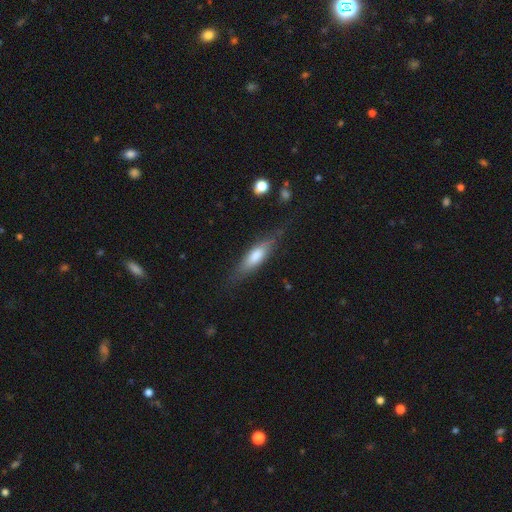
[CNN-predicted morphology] Smooth or featured? Predicted: smooth (p=0.55). How rounded? Predicted: cigar-shaped (p=0.66). Merging? Predicted: none (p=0.72).